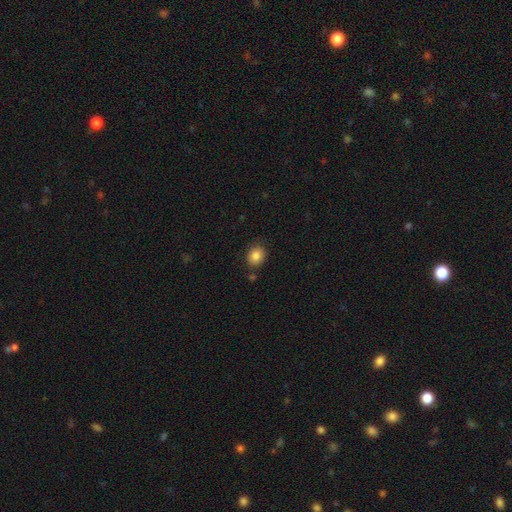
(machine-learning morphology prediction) This appears to be a smooth galaxy with no disk features (85%) that is round (56%). Merging: none (83%).